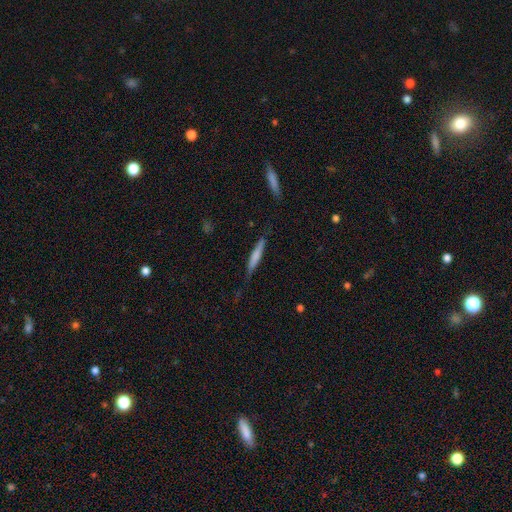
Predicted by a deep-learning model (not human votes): Overall: smooth (64%; featured or disk 31%). How rounded: cigar-shaped (93%). Merging: none (74%).